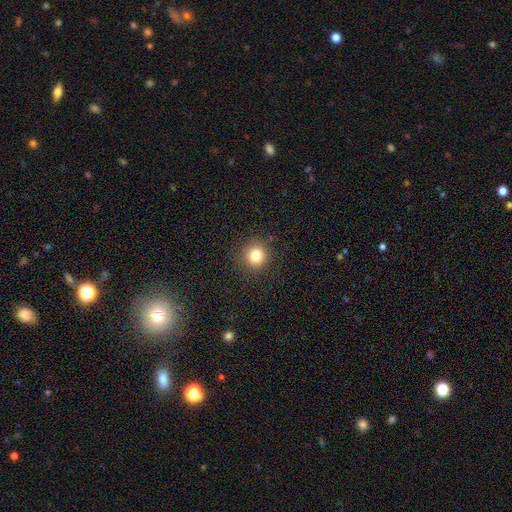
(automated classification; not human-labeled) smooth 82%, star or artifact 12%, featured or disk 6%. Down the decision tree: how rounded — round (93%); merging — none (90%).